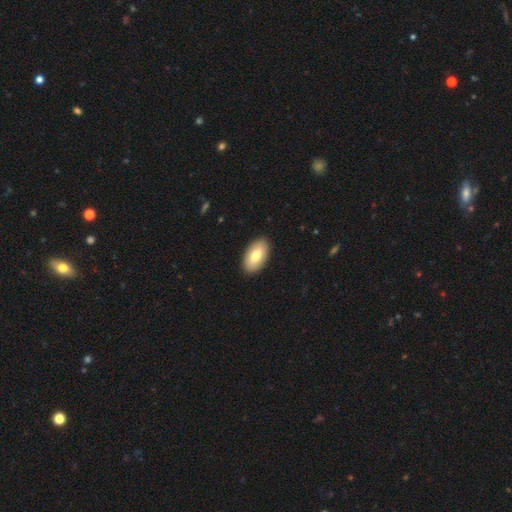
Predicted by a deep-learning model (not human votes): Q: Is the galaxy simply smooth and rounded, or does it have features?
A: smooth — 79%.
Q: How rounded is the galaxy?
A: in between — 95%.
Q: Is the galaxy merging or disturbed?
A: none — 90%.